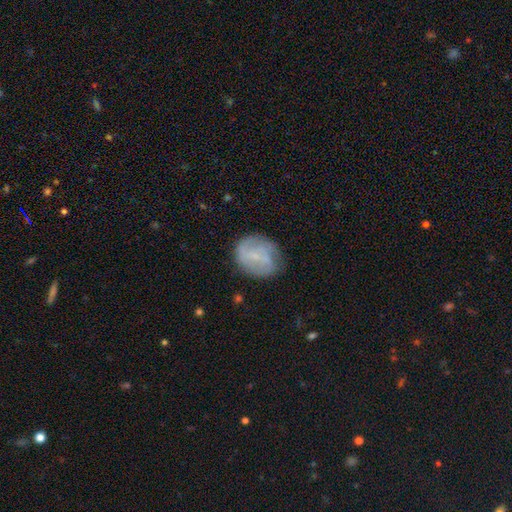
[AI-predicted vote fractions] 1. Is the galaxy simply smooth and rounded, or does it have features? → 56% featured or disk, 37% smooth, 8% star or artifact.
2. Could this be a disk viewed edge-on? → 97% no, 3% yes.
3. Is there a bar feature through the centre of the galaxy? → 49% weak, 36% no, 15% strong.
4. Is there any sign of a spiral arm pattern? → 75% yes, 25% no.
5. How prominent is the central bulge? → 59% small, 25% none, 14% moderate, 1% large, 1% dominant.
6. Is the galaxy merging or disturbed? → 67% none, 23% minor disturbance, 9% major disturbance, 2% merger.